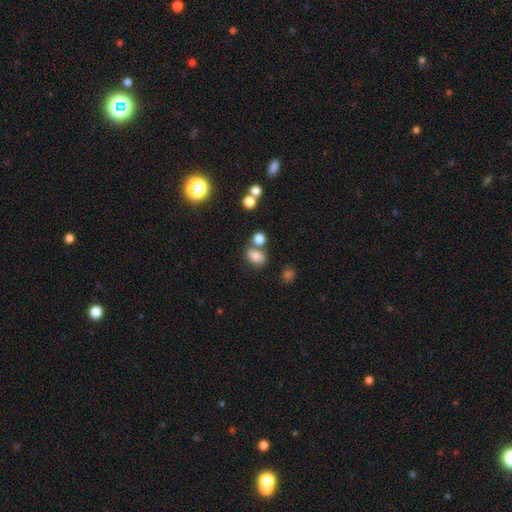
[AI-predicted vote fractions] Smooth or featured: smooth — 78% (star or artifact — 13%)
How rounded: in between — 67% (round — 31%)
Merging: none — 55% (merger — 24%)